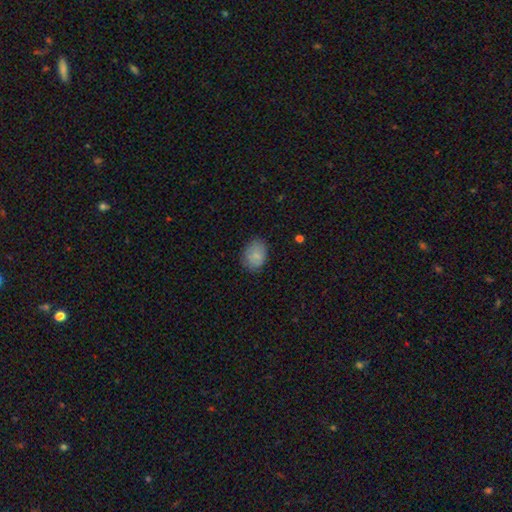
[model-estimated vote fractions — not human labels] Smooth or featured?
  - smooth: 80% *
  - featured or disk: 11%
  - star or artifact: 8%
How rounded?
  - in between: 66% *
  - round: 33%
  - cigar-shaped: 1%
Merging?
  - none: 74% *
  - minor disturbance: 20%
  - major disturbance: 5%
  - merger: 1%